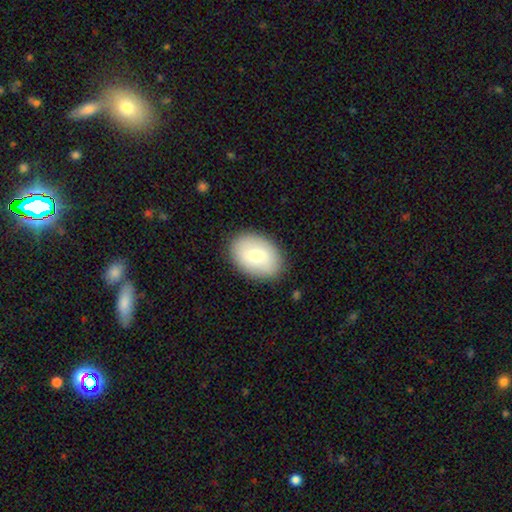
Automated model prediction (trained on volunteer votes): This is likely a smooth galaxy (73%). How rounded: clearly in between (81%). Merging: clearly none (87%).